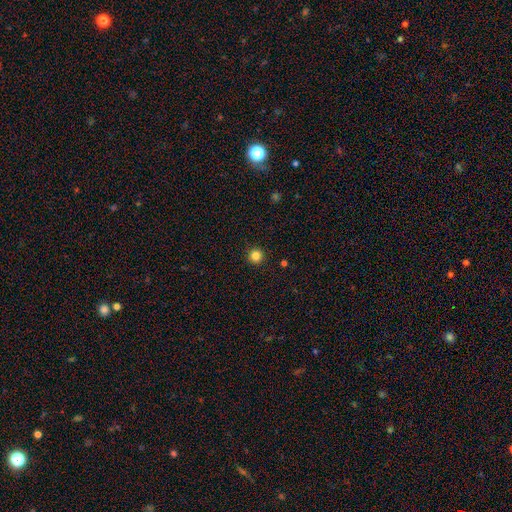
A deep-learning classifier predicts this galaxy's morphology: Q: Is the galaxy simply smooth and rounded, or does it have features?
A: smooth — 84%.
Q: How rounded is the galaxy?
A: round — 96%.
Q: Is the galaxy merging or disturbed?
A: none — 93%.